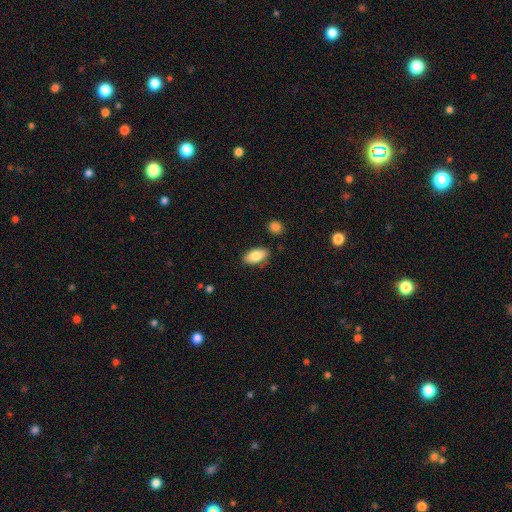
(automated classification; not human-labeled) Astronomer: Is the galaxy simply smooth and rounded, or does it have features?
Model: smooth — 85%.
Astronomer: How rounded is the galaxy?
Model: in between — 92%.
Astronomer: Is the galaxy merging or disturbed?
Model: none — 82%.